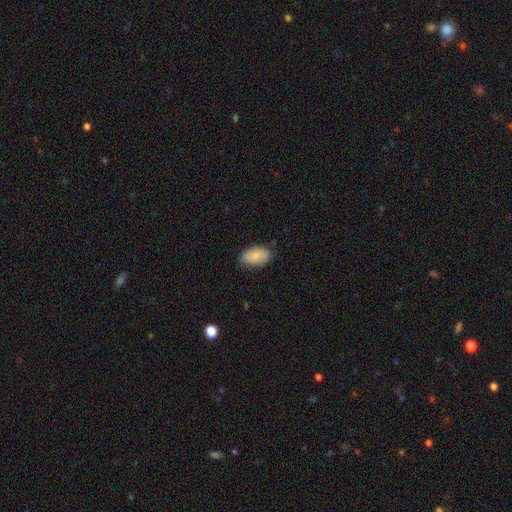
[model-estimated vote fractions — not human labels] This appears to be a smooth galaxy with no disk features (81%) that is in between round and cigar-shaped (93%). Merging: none (82%).